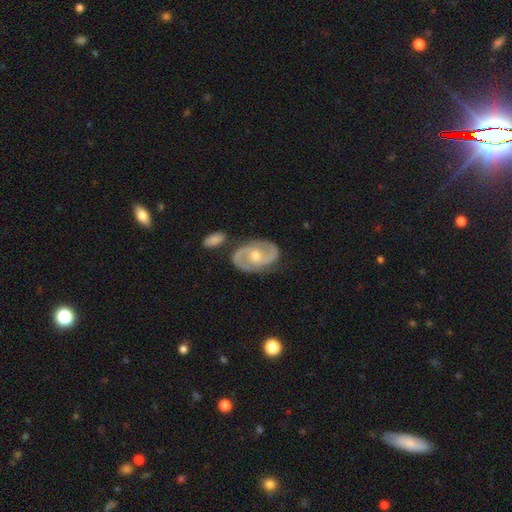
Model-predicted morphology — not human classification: Smooth or featured: featured or disk — 89% (smooth — 6%)
Edge-on disk: no — 97% (yes — 3%)
Bar: no — 53% (weak — 35%)
Spiral arms: yes — 96% (no — 4%)
Spiral winding: medium — 55% (tight — 29%)
Spiral arm count: 2 — 92% (can't tell — 3%)
Bulge size: moderate — 60% (small — 37%)
Merging: none — 78% (minor disturbance — 13%)